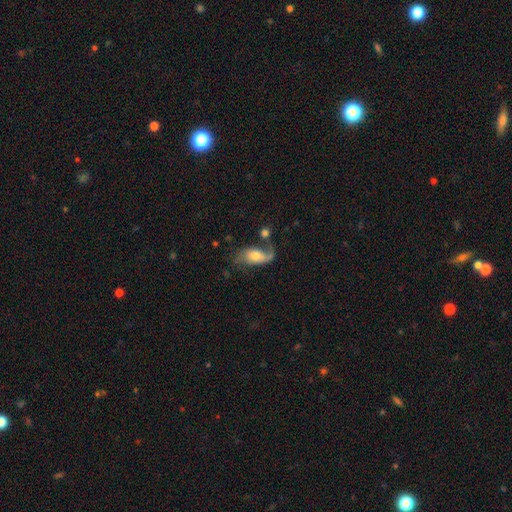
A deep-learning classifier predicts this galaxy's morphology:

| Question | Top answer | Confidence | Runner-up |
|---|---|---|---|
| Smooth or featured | featured or disk | 54% | smooth (38%) |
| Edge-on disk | no | 92% | yes (8%) |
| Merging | none | 38% | major disturbance (26%) |